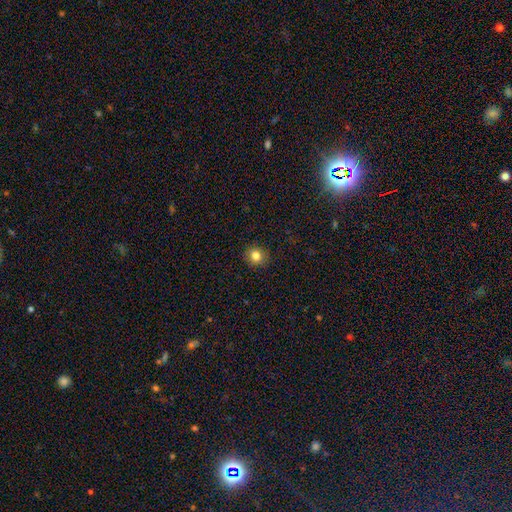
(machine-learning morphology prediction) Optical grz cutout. It shows a smooth galaxy with no disk features (82%) that is round (86%). Merging: none (91%).